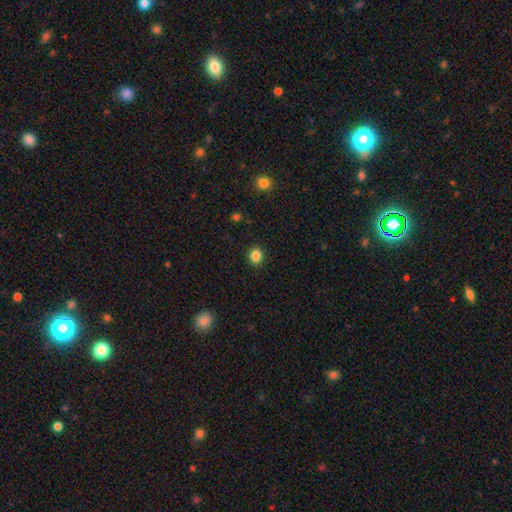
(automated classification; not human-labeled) This appears to be a smooth galaxy with no disk features (85%) that is round (65%). Merging: none (90%).